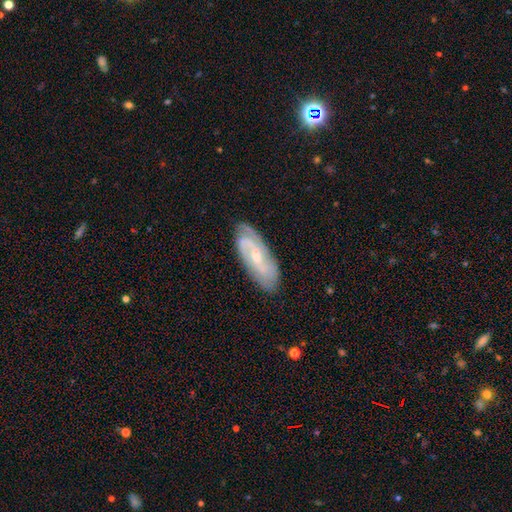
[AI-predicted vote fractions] Smooth or featured?
  - featured or disk: 80% *
  - smooth: 14%
  - star or artifact: 6%
Edge-on disk?
  - no: 92% *
  - yes: 8%
Bar?
  - weak: 46% *
  - no: 40%
  - strong: 13%
Spiral arms?
  - yes: 95% *
  - no: 5%
Spiral winding?
  - tight: 43% *
  - medium: 41%
  - loose: 15%
Spiral arm count?
  - 2: 55% *
  - can't tell: 20%
  - 3: 14%
  - 1: 4%
  - 4: 4%
  - more than 4: 3%
Bulge size?
  - small: 63% *
  - moderate: 31%
  - none: 4%
  - large: 1%
  - dominant: 1%
Merging?
  - none: 80% *
  - minor disturbance: 15%
  - major disturbance: 3%
  - merger: 1%